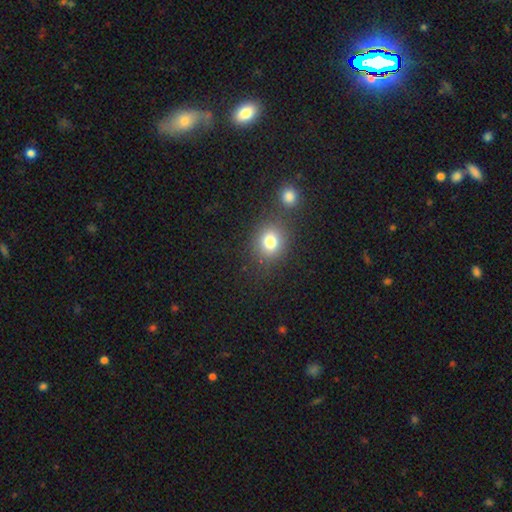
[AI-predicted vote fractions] Q: Smooth or featured?
A: smooth (61%); runner-up: star or artifact (31%)
Q: How rounded?
A: round (71%); runner-up: in between (28%)
Q: Merging?
A: none (80%); runner-up: minor disturbance (9%)